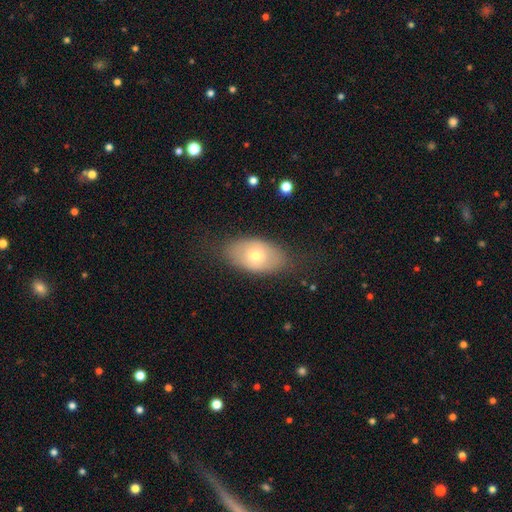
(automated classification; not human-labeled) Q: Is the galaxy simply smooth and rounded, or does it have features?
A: smooth — 65%.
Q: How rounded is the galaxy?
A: in between — 90%.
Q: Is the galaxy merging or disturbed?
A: none — 76%.